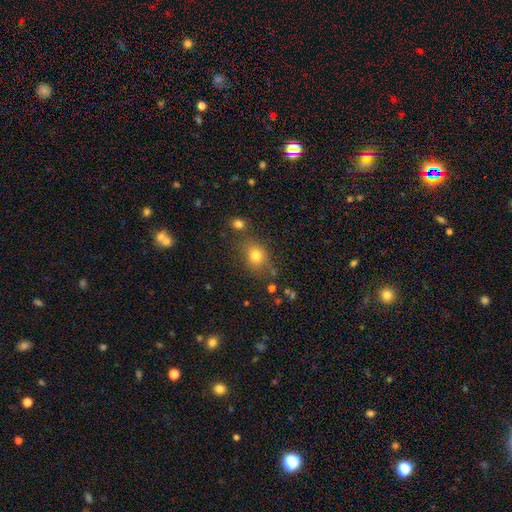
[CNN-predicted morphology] A smooth galaxy with no disk features (77%) that is round (55%). Merging: none (70%).